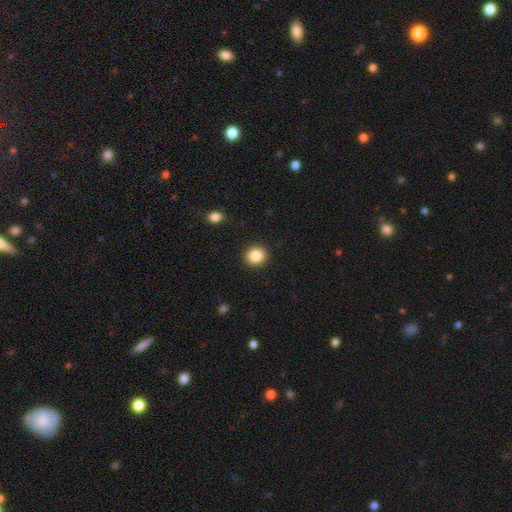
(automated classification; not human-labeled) A smooth galaxy with no disk features (86%) that is round (88%).

Vote fractions:
- Smooth or featured? smooth: 86% / star or artifact: 10% / featured or disk: 5%
- How rounded? round: 88% / in between: 11% / cigar-shaped: 1%
- Merging? none: 92% / minor disturbance: 5% / major disturbance: 2% / merger: 1%